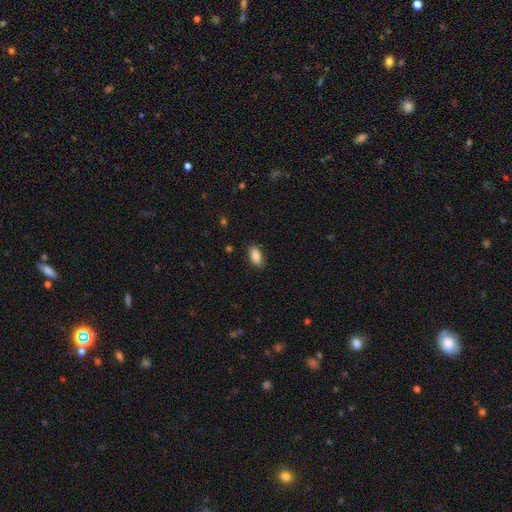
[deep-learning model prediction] This appears to be a smooth galaxy with no disk features (88%) that is in between round and cigar-shaped (90%). Merging: none (86%).